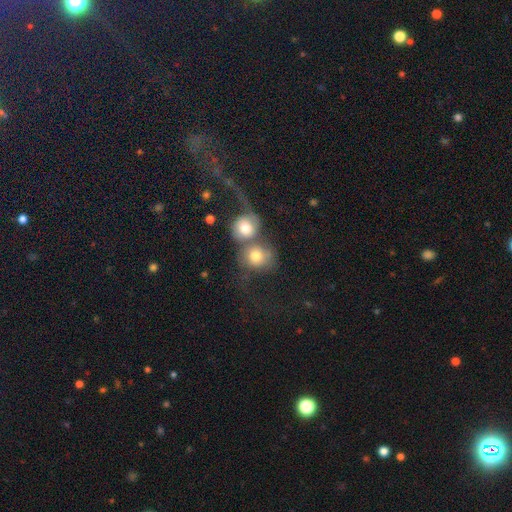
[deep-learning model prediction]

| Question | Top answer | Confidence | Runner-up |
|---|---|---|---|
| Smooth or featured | smooth | 67% | featured or disk (24%) |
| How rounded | round | 79% | in between (20%) |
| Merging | merger | 67% | none (17%) |